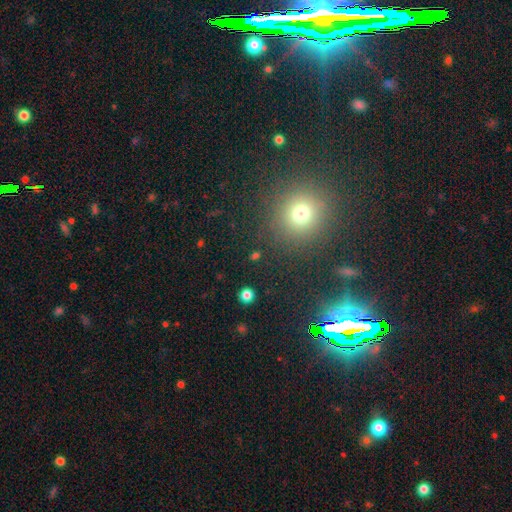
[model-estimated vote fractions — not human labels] Overall: smooth (50%; star or artifact 42%). How rounded: round (84%). Merging: none (86%).